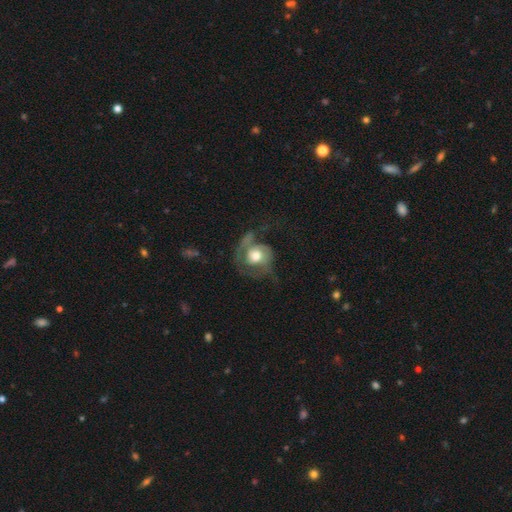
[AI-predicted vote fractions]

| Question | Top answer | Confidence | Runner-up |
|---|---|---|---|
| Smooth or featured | featured or disk | 58% | smooth (36%) |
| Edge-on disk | no | 97% | yes (3%) |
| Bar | no | 80% | weak (16%) |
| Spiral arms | yes | 70% | no (30%) |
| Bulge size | moderate | 58% | large (30%) |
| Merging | major disturbance | 44% | none (31%) |